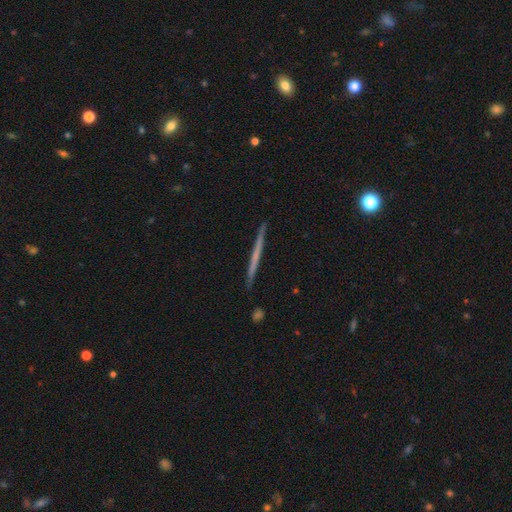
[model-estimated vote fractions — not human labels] Q: Smooth or featured?
A: featured or disk (54%); runner-up: smooth (41%)
Q: Edge-on disk?
A: yes (98%); runner-up: no (2%)
Q: Edge-on bulge?
A: none (91%); runner-up: rounded (6%)
Q: Merging?
A: none (91%); runner-up: minor disturbance (6%)